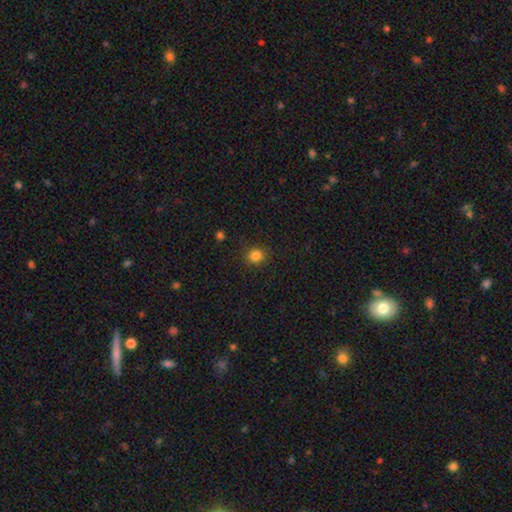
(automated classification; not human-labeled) Smooth or featured? Predicted: smooth (p=0.84). How rounded? Predicted: round (p=0.89). Merging? Predicted: none (p=0.89).